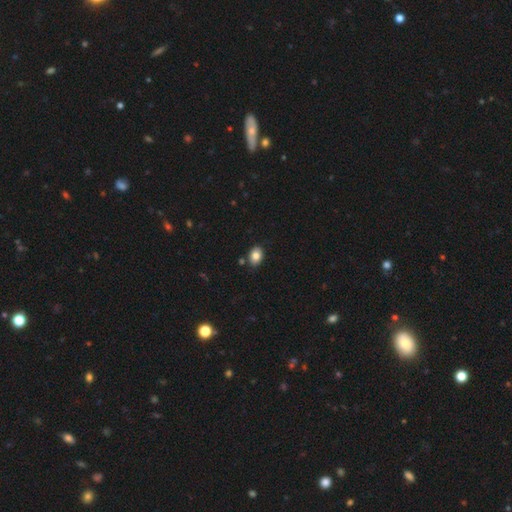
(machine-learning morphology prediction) smooth_or_featured: smooth (p=0.83) [alt: star or artifact p=0.09]
how_rounded: in between (p=0.73) [alt: round p=0.26]
merging: none (p=0.83) [alt: minor disturbance p=0.11]